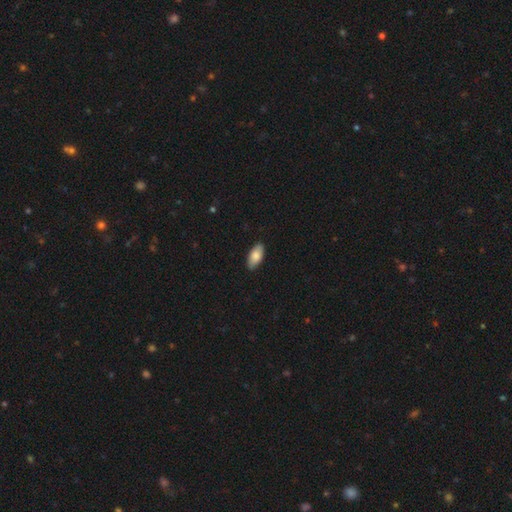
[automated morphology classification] smooth_or_featured: smooth (p=0.84) [alt: featured or disk p=0.11]
how_rounded: in between (p=0.91) [alt: cigar-shaped p=0.07]
merging: none (p=0.89) [alt: minor disturbance p=0.09]